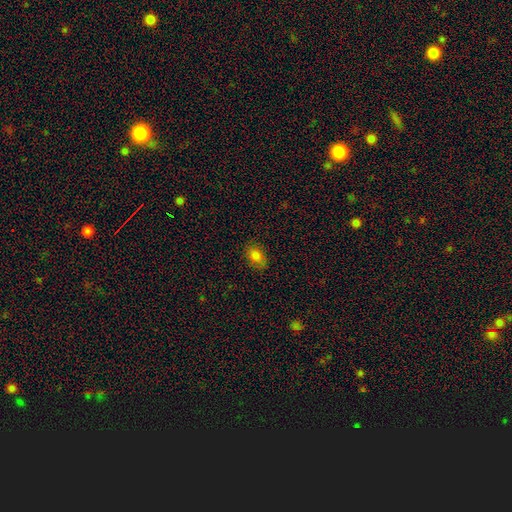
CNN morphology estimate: This appears to be a smooth galaxy with no disk features (82%) that is in between round and cigar-shaped (80%). Merging: none (81%).